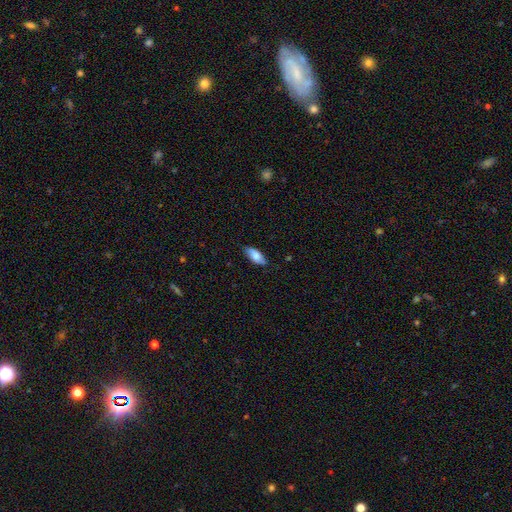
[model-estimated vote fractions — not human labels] Q: Smooth or featured?
A: smooth (79%); runner-up: featured or disk (15%)
Q: How rounded?
A: in between (86%); runner-up: cigar-shaped (12%)
Q: Merging?
A: none (83%); runner-up: minor disturbance (14%)